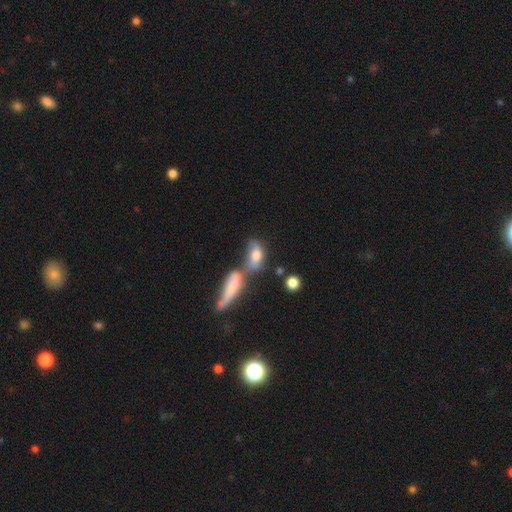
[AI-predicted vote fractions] This is likely a smooth galaxy (62%). How rounded: likely in between (72%). Merging: possibly merger (52%).